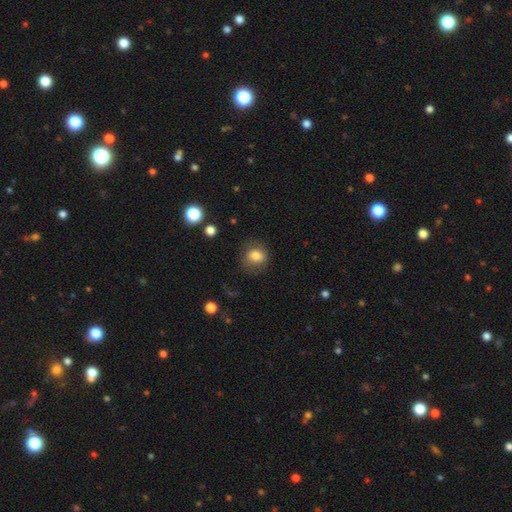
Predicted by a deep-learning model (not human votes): A smooth galaxy with no disk features (78%) that is round (67%). Merging: none (72%).